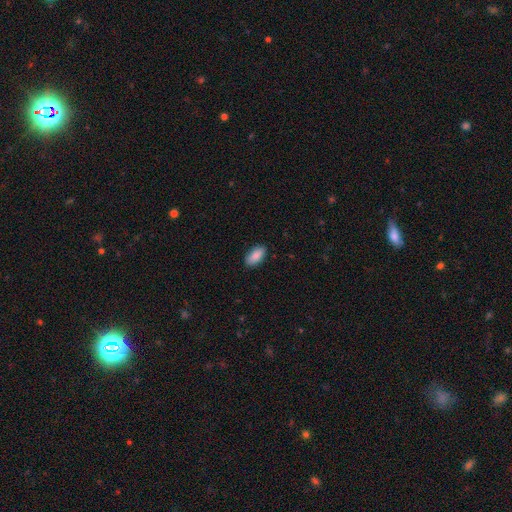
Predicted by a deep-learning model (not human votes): smooth-or-featured: smooth: 88% | star or artifact: 7% | featured or disk: 6%
  how-rounded: in between: 91% | cigar-shaped: 6% | round: 2%
  merging: none: 88% | minor disturbance: 9% | major disturbance: 2% | merger: 1%